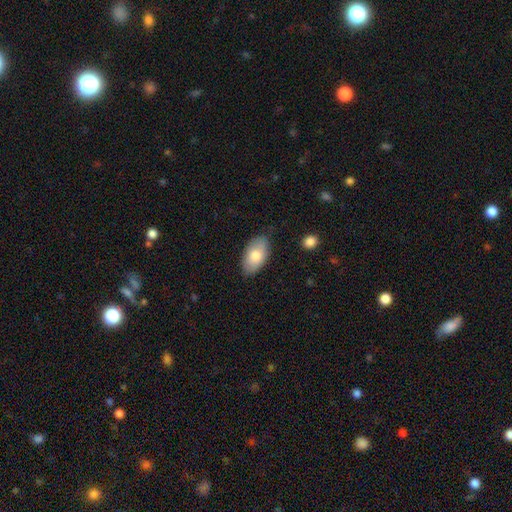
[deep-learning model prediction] This is likely a smooth galaxy (77%). How rounded: clearly in between (94%). Merging: clearly none (81%).